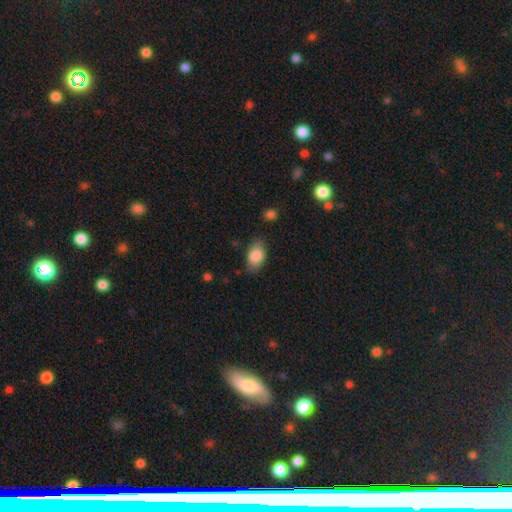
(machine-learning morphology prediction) Overall: smooth (84%). How rounded: in between (89%). Merging: none (77%).